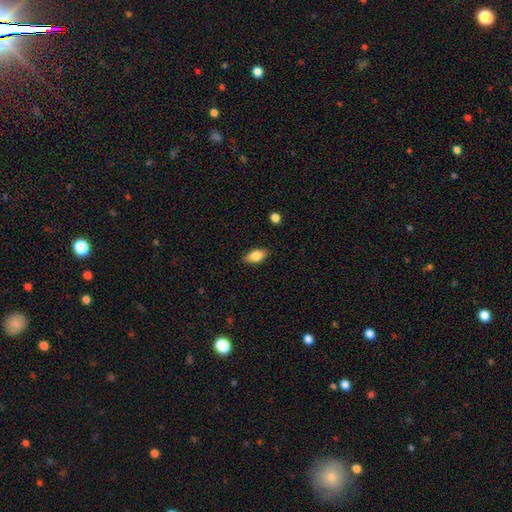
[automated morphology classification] Smooth or featured? Predicted: smooth (p=0.83). How rounded? Predicted: in between (p=0.89). Merging? Predicted: none (p=0.86).